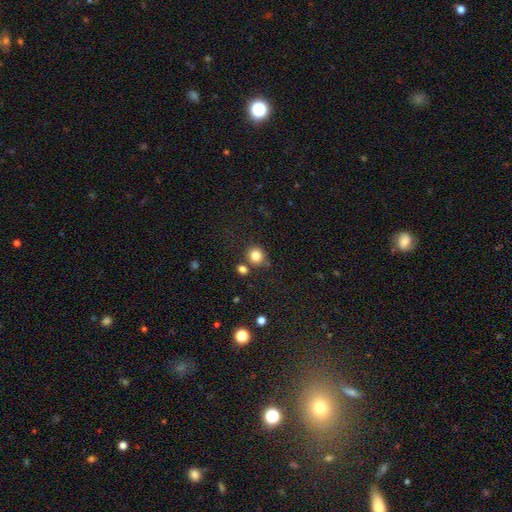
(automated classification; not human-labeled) This is clearly a smooth galaxy (82%). How rounded: clearly round (86%). Merging: likely none (74%).